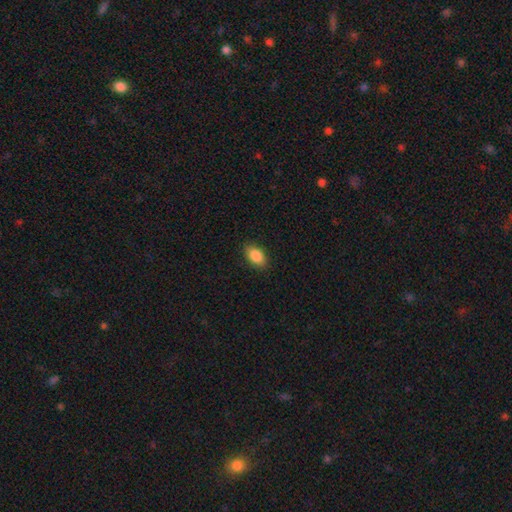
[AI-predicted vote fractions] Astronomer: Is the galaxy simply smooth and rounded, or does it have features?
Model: smooth — 88%.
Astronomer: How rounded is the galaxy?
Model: in between — 90%.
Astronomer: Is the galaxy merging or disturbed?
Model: none — 88%.